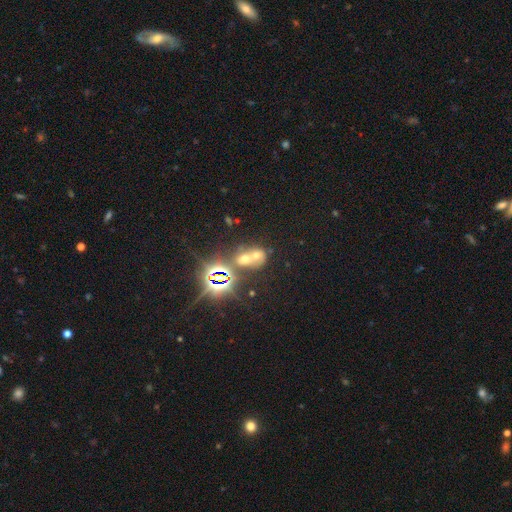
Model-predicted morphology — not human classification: Smooth or featured?
  - smooth: 40% *
  - star or artifact: 34%
  - featured or disk: 25%
Merging?
  - merger: 68% *
  - none: 21%
  - minor disturbance: 6%
  - major disturbance: 5%